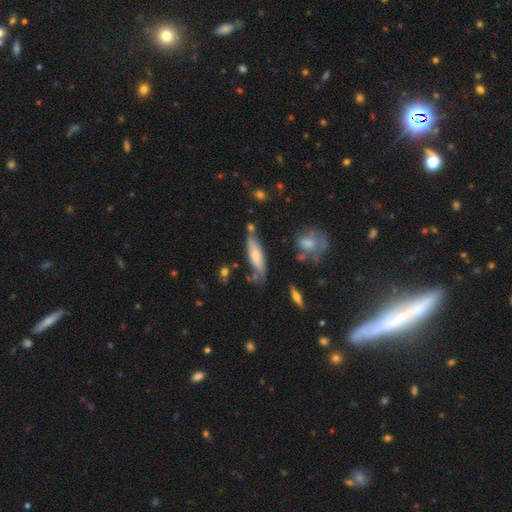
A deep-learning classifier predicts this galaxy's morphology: The model was most divided on "smooth or featured": smooth: 56%, featured or disk: 38%, star or artifact: 6%. More confident: how rounded — cigar-shaped (60%); merging — none (57%).